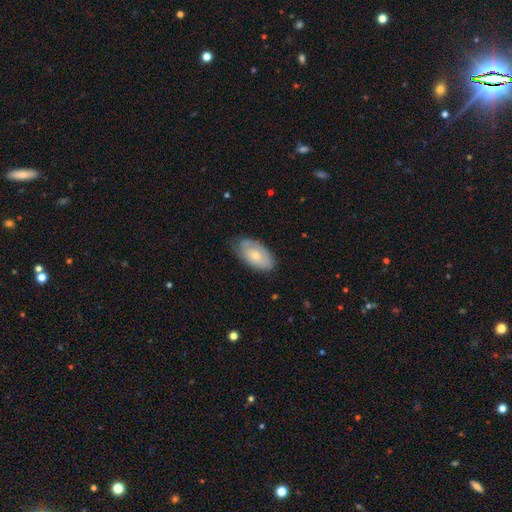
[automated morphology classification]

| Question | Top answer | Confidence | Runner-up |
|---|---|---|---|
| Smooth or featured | smooth | 55% | featured or disk (39%) |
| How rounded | in between | 94% | round (4%) |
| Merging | none | 62% | minor disturbance (29%) |